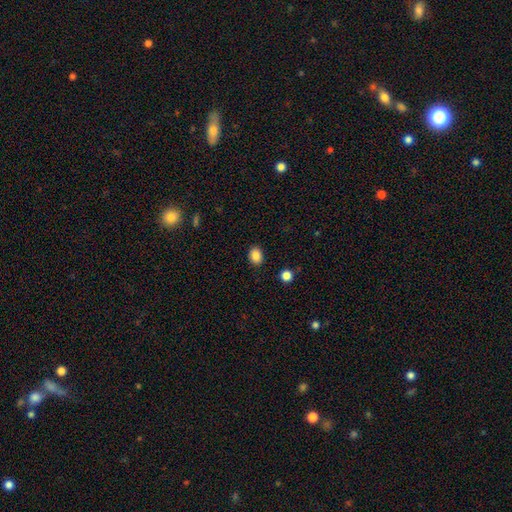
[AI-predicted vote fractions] The model was most divided on "how rounded": in between: 61%, round: 38%, cigar-shaped: 1%. More confident: merging — none (89%); smooth or featured — smooth (87%).